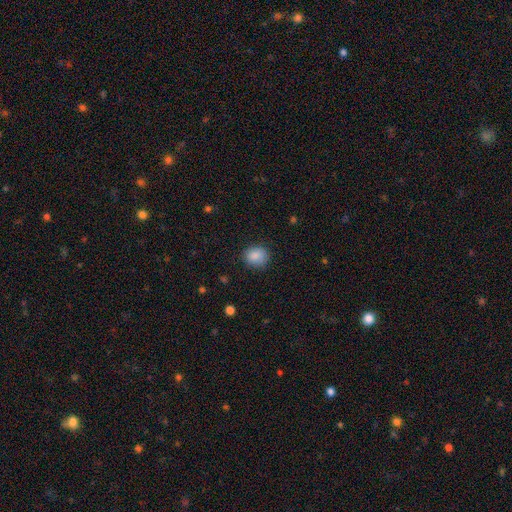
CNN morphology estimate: A smooth galaxy with no disk features (87%) that is round (73%).

Vote fractions:
- Smooth or featured? smooth: 87% / star or artifact: 9% / featured or disk: 4%
- How rounded? round: 73% / in between: 26% / cigar-shaped: 1%
- Merging? none: 83% / minor disturbance: 13% / major disturbance: 3% / merger: 1%